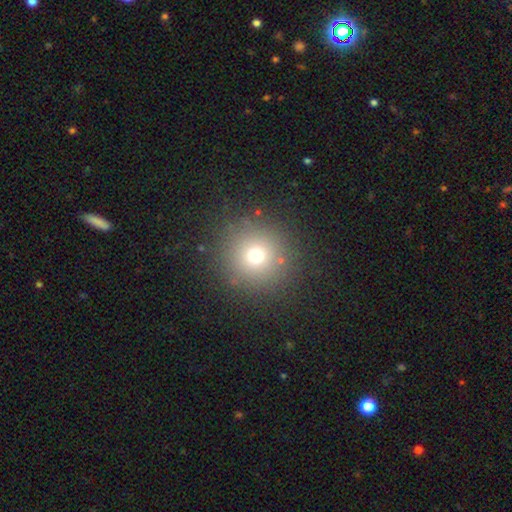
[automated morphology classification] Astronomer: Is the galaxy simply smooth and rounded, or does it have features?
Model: smooth — 70%.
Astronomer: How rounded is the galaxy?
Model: round — 95%.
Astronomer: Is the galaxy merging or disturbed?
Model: none — 87%.